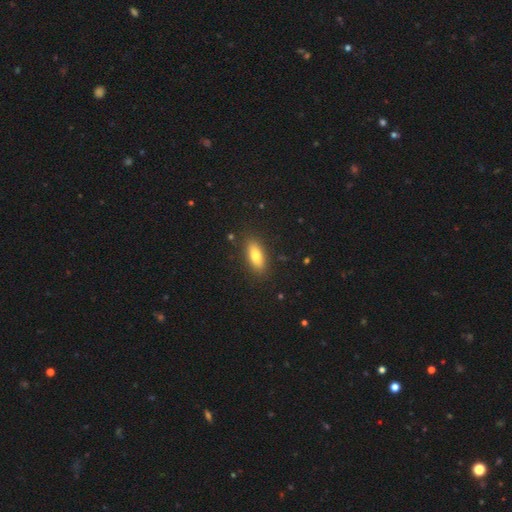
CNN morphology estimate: Smooth or featured? smooth (77%)
How rounded? in between (78%)
Merging? none (86%)